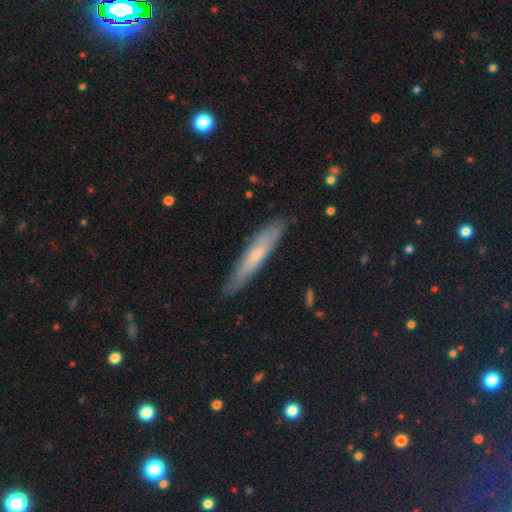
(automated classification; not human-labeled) The model was most divided on "smooth or featured": smooth: 55%, featured or disk: 39%, star or artifact: 6%. More confident: how rounded — cigar-shaped (89%); merging — none (81%).